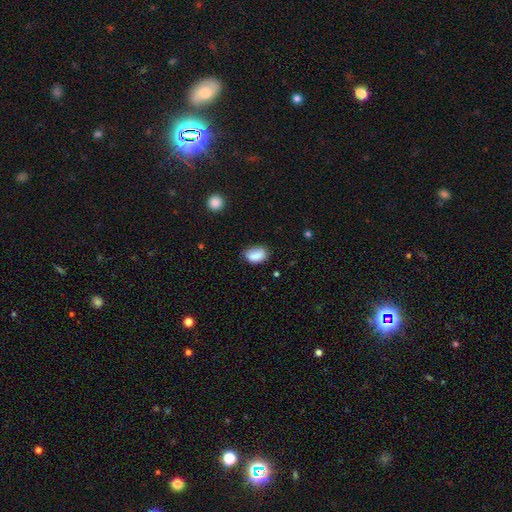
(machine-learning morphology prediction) Smooth or featured?
  - smooth: 84% *
  - star or artifact: 9%
  - featured or disk: 8%
How rounded?
  - in between: 85% *
  - round: 14%
  - cigar-shaped: 2%
Merging?
  - none: 62% *
  - minor disturbance: 28%
  - major disturbance: 6%
  - merger: 4%